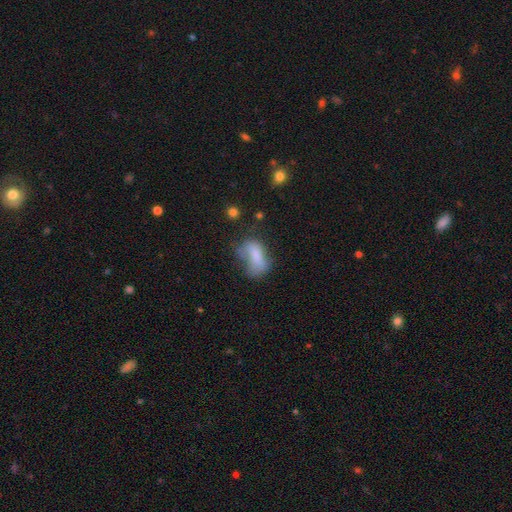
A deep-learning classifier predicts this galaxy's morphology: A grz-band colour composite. It shows a smooth galaxy with no disk features (65%) that is in between round and cigar-shaped (85%). Merging: major disturbance (34%).